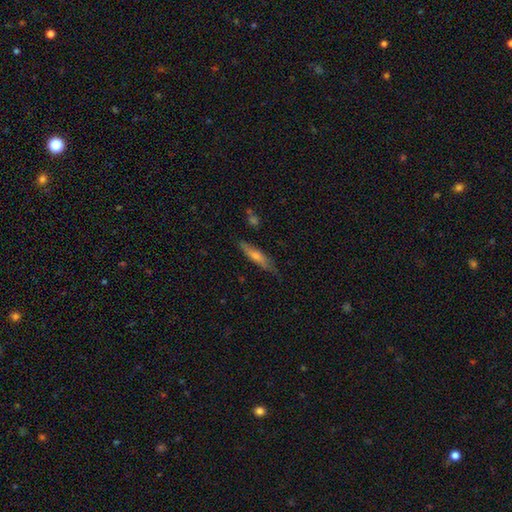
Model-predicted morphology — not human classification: smooth-or-featured: smooth: 49% | featured or disk: 44% | star or artifact: 7%
  merging: none: 77% | minor disturbance: 17% | major disturbance: 3% | merger: 2%